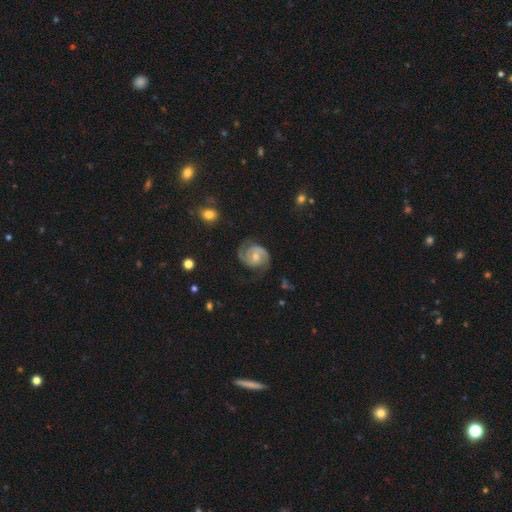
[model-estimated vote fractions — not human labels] smooth_or_featured: featured or disk (p=0.87) [alt: smooth p=0.08]
disk_edge_on: no (p=0.98) [alt: yes p=0.02]
bar: no (p=0.52) [alt: weak p=0.39]
has_spiral_arms: yes (p=0.97) [alt: no p=0.03]
spiral_winding: medium (p=0.49) [alt: tight p=0.37]
spiral_arm_count: 2 (p=0.88) [alt: can't tell p=0.04]
bulge_size: moderate (p=0.51) [alt: small p=0.44]
merging: none (p=0.73) [alt: minor disturbance p=0.17]